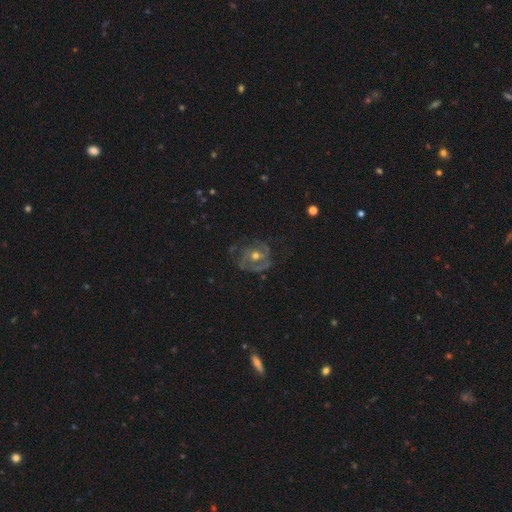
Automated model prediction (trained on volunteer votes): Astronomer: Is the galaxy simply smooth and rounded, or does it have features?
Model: featured or disk — 81%.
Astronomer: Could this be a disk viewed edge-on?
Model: no — 97%.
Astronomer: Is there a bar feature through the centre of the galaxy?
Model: no — 61%.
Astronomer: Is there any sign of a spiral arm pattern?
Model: yes — 86%.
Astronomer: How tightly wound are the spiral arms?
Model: tight — 45% (runner-up: medium, 41%).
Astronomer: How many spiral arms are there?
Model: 2 — 40% (runner-up: can't tell, 24%).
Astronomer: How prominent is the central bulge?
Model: moderate — 70%.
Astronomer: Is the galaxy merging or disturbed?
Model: none — 63%.